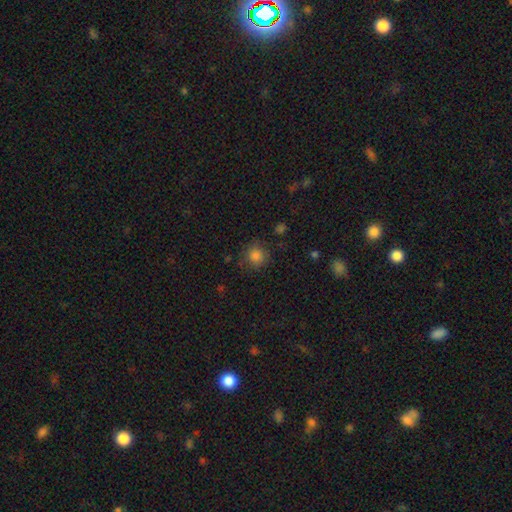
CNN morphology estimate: smooth 83%, star or artifact 12%, featured or disk 5%. Down the decision tree: how rounded — round (91%); merging — none (79%).